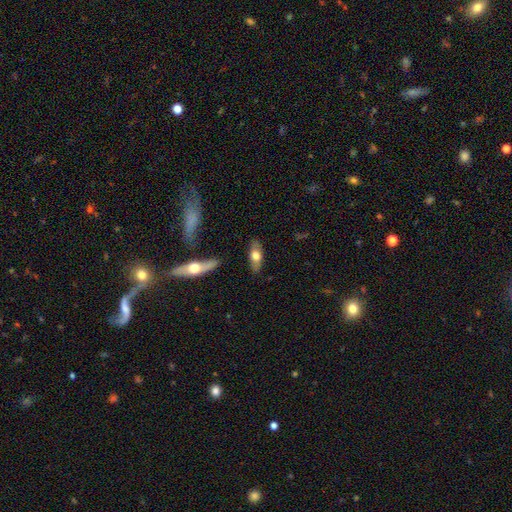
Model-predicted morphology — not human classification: Smooth or featured? smooth (60%)
How rounded? in between (77%)
Merging? none (83%)